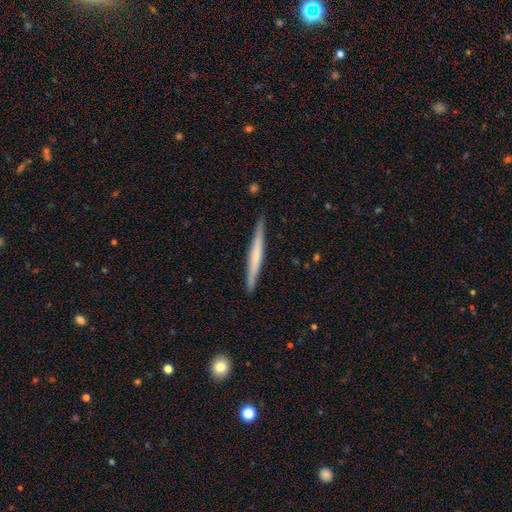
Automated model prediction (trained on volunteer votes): A featured or disk galaxy (50%). Merging: none (90%).